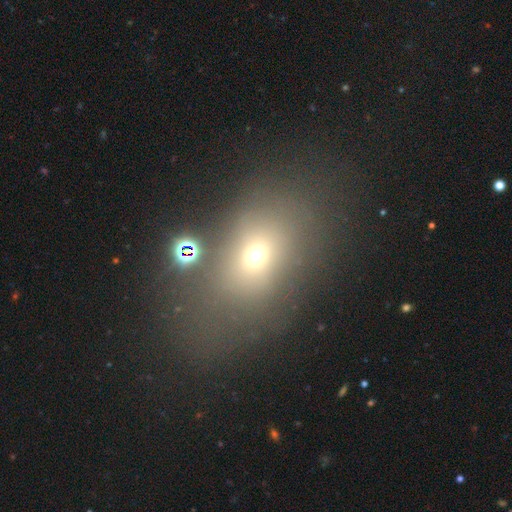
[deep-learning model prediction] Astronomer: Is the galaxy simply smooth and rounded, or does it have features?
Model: smooth — 61%.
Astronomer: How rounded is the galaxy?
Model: in between — 65%.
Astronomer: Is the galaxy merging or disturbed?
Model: none — 63%.